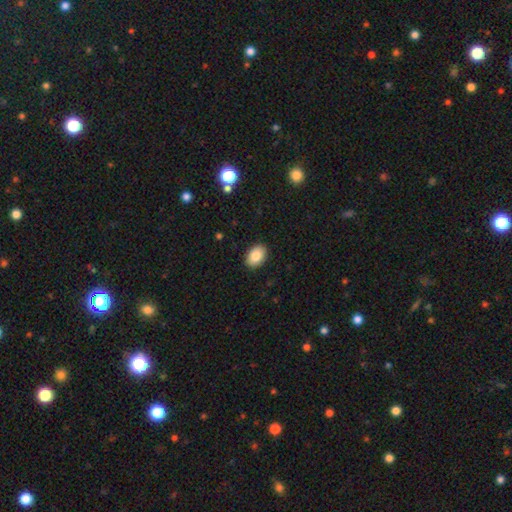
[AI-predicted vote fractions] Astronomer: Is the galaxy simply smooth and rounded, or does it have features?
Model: smooth — 84%.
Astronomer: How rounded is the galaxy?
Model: in between — 84%.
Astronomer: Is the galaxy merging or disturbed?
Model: none — 90%.